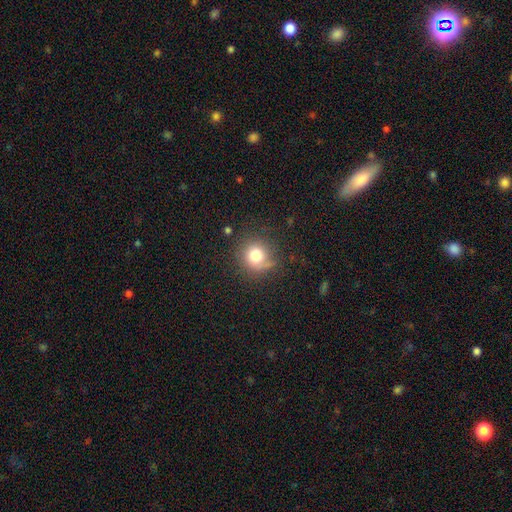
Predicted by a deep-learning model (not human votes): Smooth or featured?
  - smooth: 76% *
  - star or artifact: 12%
  - featured or disk: 12%
How rounded?
  - round: 91% *
  - in between: 8%
  - cigar-shaped: 1%
Merging?
  - none: 70% *
  - minor disturbance: 20%
  - major disturbance: 8%
  - merger: 3%